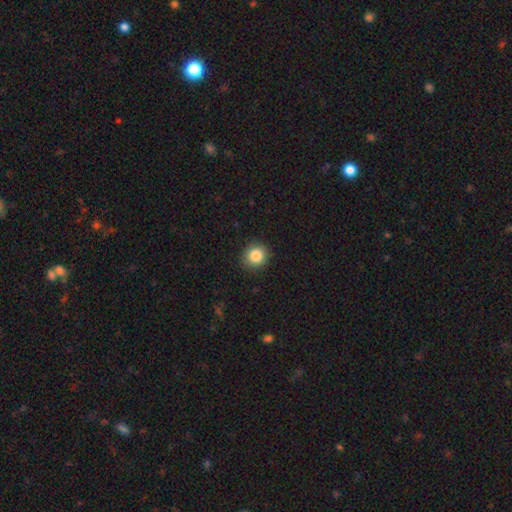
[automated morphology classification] Overall: smooth (85%). How rounded: round (89%). Merging: none (90%).